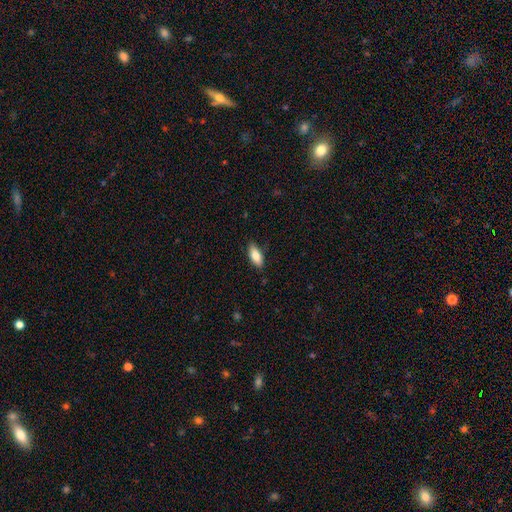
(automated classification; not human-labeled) Smooth or featured?
  - smooth: 82% *
  - featured or disk: 11%
  - star or artifact: 6%
How rounded?
  - in between: 80% *
  - cigar-shaped: 18%
  - round: 2%
Merging?
  - none: 84% *
  - minor disturbance: 13%
  - major disturbance: 2%
  - merger: 1%